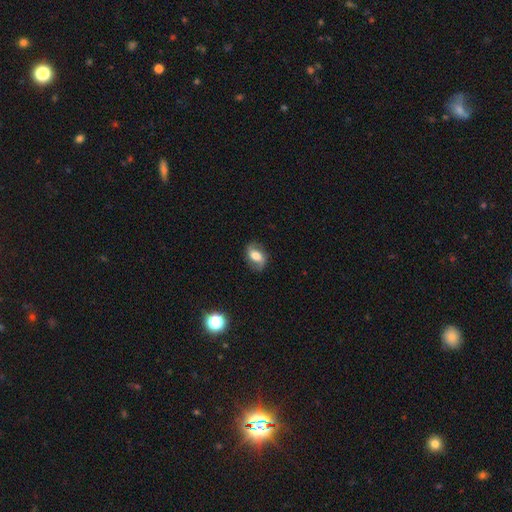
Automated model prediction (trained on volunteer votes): smooth-or-featured: featured or disk: 50% | smooth: 41% | star or artifact: 9%
  merging: none: 77% | minor disturbance: 16% | major disturbance: 5% | merger: 1%